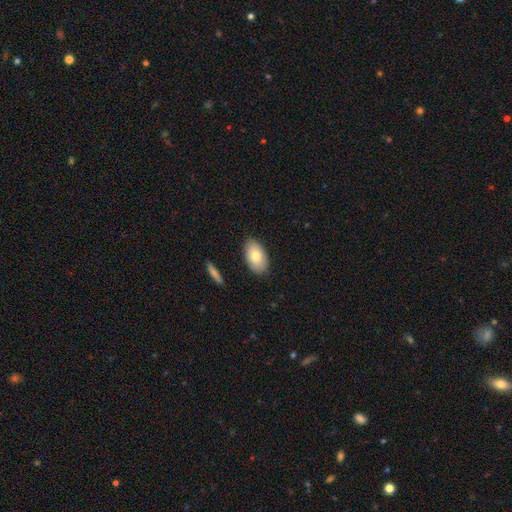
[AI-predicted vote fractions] Smooth or featured: smooth — 76% (featured or disk — 17%)
How rounded: in between — 93% (round — 5%)
Merging: none — 86% (minor disturbance — 11%)